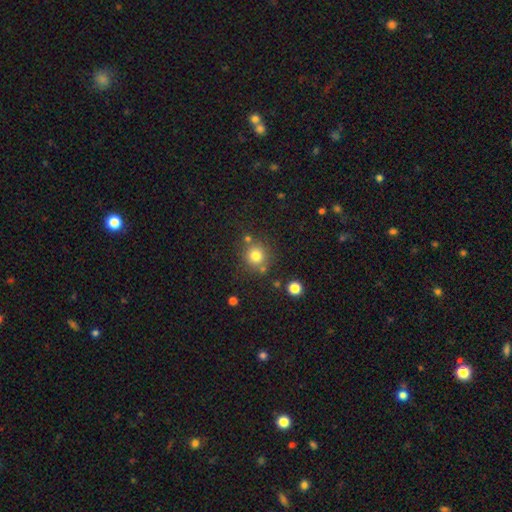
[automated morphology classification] This appears to be a smooth galaxy with no disk features (79%) that is round (92%). Merging: none (77%).